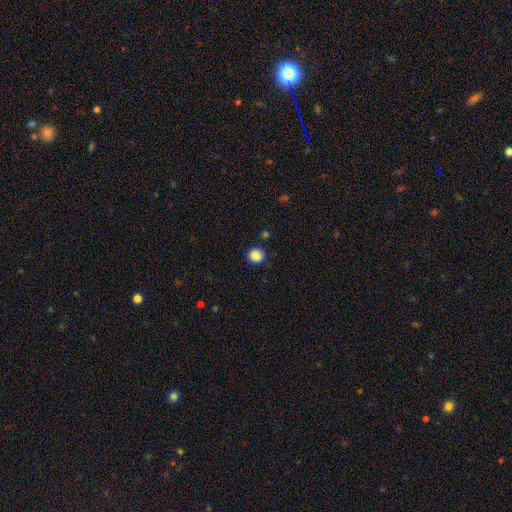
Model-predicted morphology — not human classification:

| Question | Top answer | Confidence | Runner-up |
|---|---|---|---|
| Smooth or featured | smooth | 87% | star or artifact (10%) |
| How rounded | round | 91% | in between (8%) |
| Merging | none | 89% | minor disturbance (7%) |